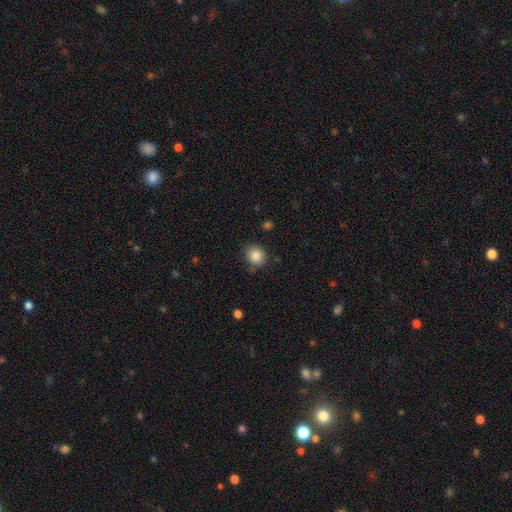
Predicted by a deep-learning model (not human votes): Smooth or featured: smooth — 86% (star or artifact — 10%)
How rounded: round — 79% (in between — 21%)
Merging: none — 77% (minor disturbance — 16%)